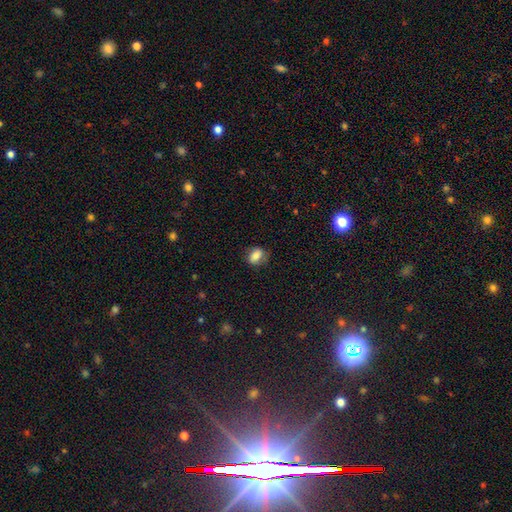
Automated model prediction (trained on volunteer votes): Smooth or featured: smooth — 76% (featured or disk — 14%)
How rounded: in between — 70% (round — 28%)
Merging: none — 73% (minor disturbance — 20%)